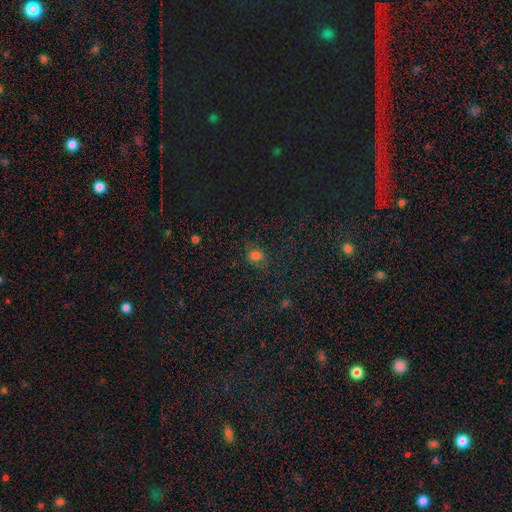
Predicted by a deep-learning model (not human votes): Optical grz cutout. It shows a smooth galaxy with no disk features (70%) that is round (60%). Merging: none (75%).